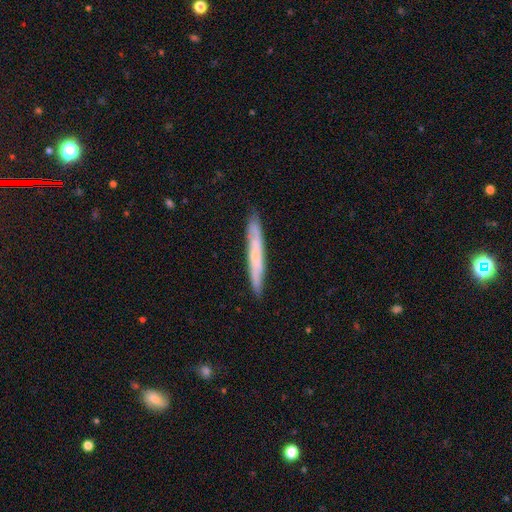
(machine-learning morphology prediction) A smooth galaxy with no disk features (47%). Merging: none (86%).